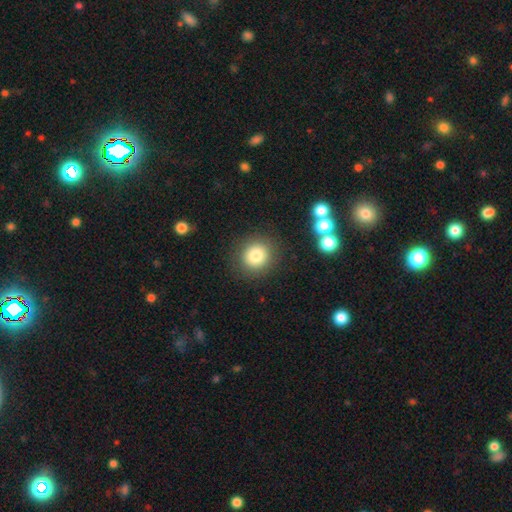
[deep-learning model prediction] Smooth or featured? Predicted: smooth (p=0.80). How rounded? Predicted: round (p=0.90). Merging? Predicted: none (p=0.88).